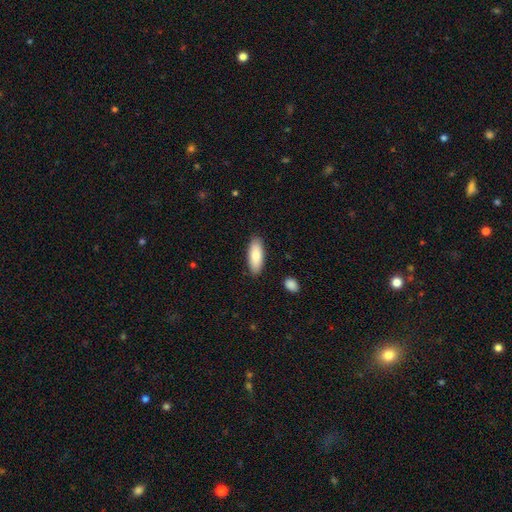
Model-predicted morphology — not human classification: Smooth or featured? smooth (83%)
How rounded? in between (73%)
Merging? none (87%)